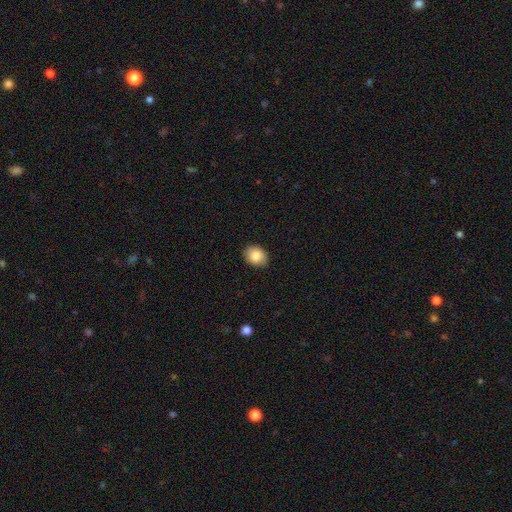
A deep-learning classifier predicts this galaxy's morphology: A smooth galaxy with no disk features (86%) that is in between round and cigar-shaped (62%).

Vote fractions:
- Smooth or featured? smooth: 86% / star or artifact: 8% / featured or disk: 7%
- How rounded? in between: 62% / round: 37% / cigar-shaped: 1%
- Merging? none: 88% / minor disturbance: 9% / major disturbance: 2% / merger: 1%